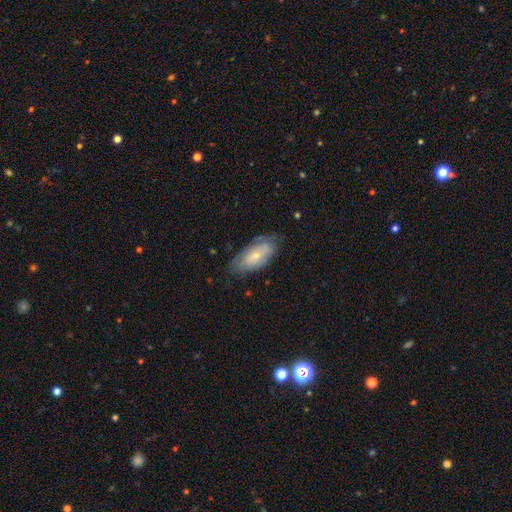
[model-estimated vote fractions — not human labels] Q: Smooth or featured?
A: smooth (53%); runner-up: featured or disk (40%)
Q: How rounded?
A: in between (89%); runner-up: cigar-shaped (8%)
Q: Merging?
A: none (67%); runner-up: minor disturbance (25%)